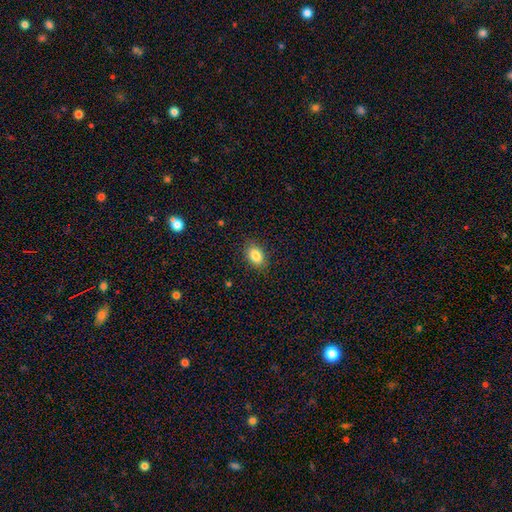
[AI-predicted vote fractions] Overall: smooth (85%). How rounded: in between (79%). Merging: none (86%).